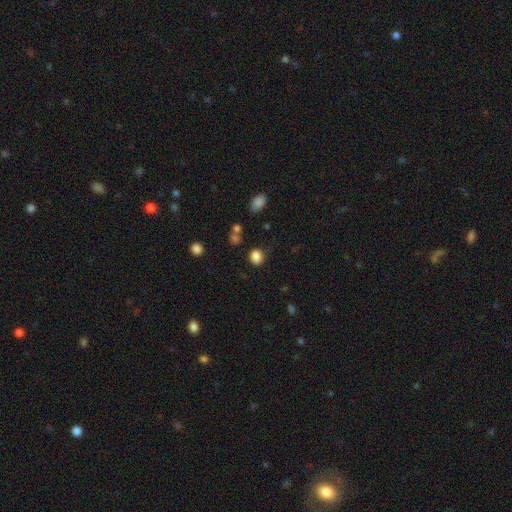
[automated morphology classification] This appears to be a smooth galaxy with no disk features (85%) that is round (56%). Merging: none (76%).